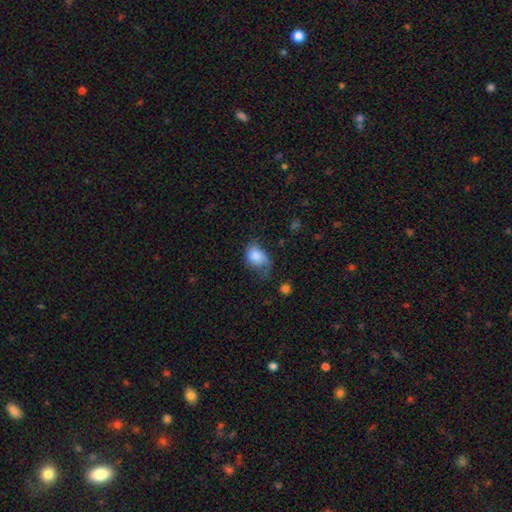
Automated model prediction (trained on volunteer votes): Q: Smooth or featured?
A: smooth (72%); runner-up: featured or disk (20%)
Q: How rounded?
A: in between (74%); runner-up: round (25%)
Q: Merging?
A: minor disturbance (35%); runner-up: major disturbance (32%)